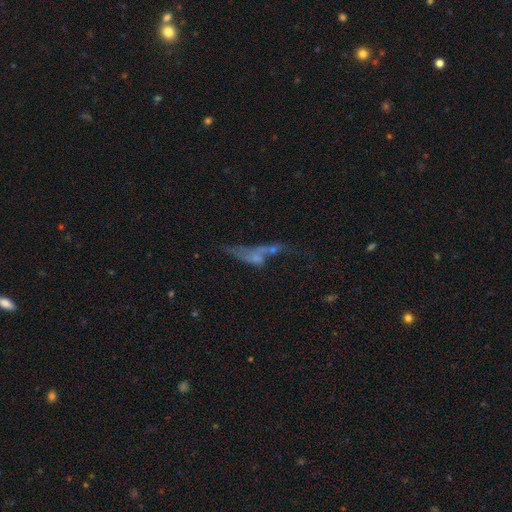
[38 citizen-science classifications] Overall: featured or disk (58%; smooth 32%). Edge-on disk: no (91%). Bar: no (85%). Spiral arms: no (95%). Bulge size: none (70%). Merging: merger (62%).